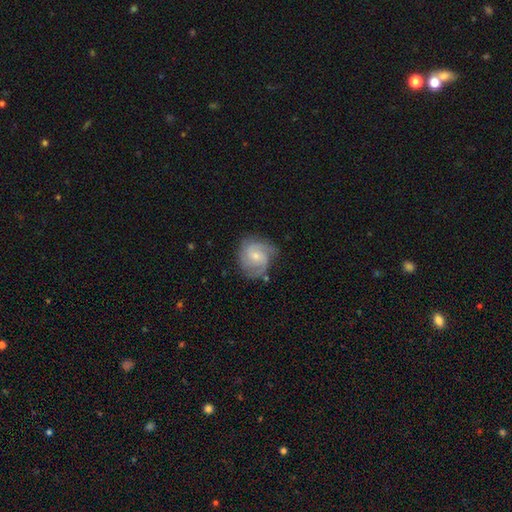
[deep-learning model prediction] Smooth or featured? Predicted: featured or disk (p=0.78). Edge-on disk? Predicted: no (p=0.98). Bar? Predicted: no (p=0.55). Spiral arms? Predicted: yes (p=0.96). Spiral winding? Predicted: medium (p=0.47). Spiral arm count? Predicted: 3 (p=0.45). Bulge size? Predicted: small (p=0.63). Merging? Predicted: none (p=0.70).